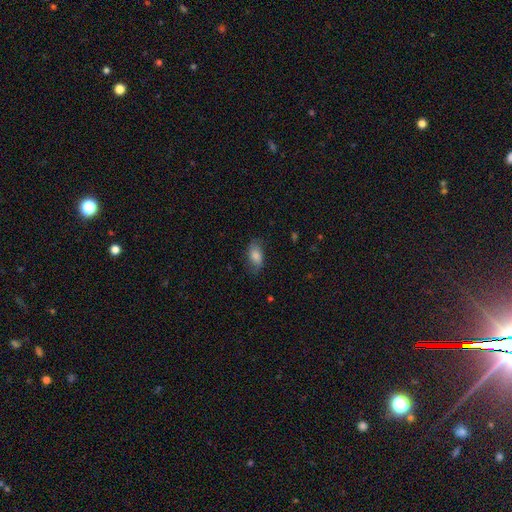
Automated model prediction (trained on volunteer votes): A smooth galaxy with no disk features (73%) that is in between round and cigar-shaped (90%).

Vote fractions:
- Smooth or featured? smooth: 73% / featured or disk: 19% / star or artifact: 8%
- How rounded? in between: 90% / round: 7% / cigar-shaped: 3%
- Merging? none: 70% / minor disturbance: 22% / major disturbance: 7% / merger: 1%